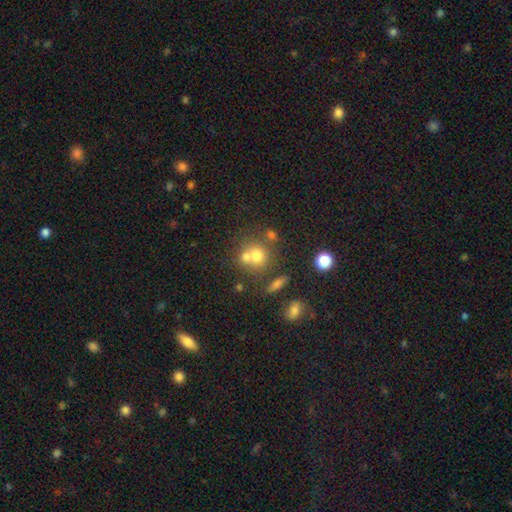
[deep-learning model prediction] Smooth or featured? Predicted: smooth (p=0.66). How rounded? Predicted: round (p=0.82). Merging? Predicted: merger (p=0.44).